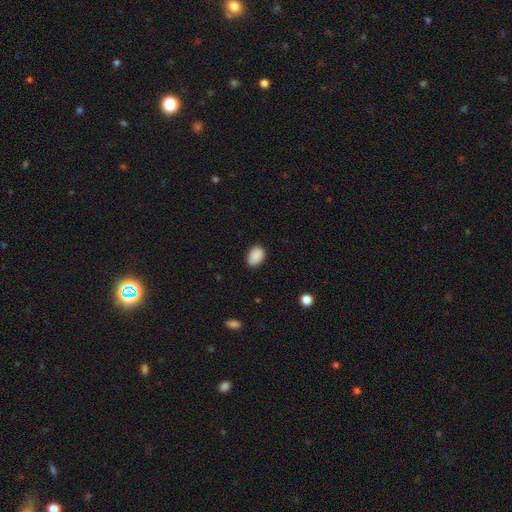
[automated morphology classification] Smooth or featured: smooth — 89% (star or artifact — 8%)
How rounded: in between — 78% (round — 21%)
Merging: none — 82% (minor disturbance — 14%)